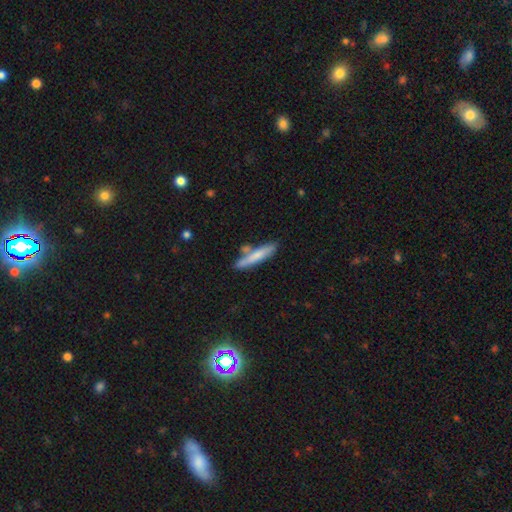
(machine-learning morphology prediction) This appears to be a smooth galaxy with no disk features (68%) that is cigar-shaped (88%). Merging: none (70%).